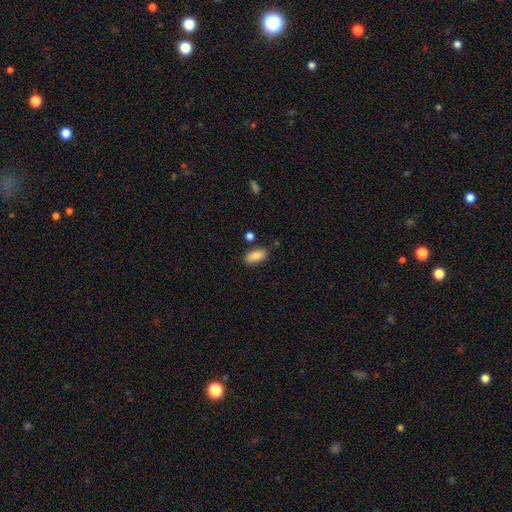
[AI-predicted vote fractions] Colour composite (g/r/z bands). It shows a smooth galaxy with no disk features (85%) that is in between round and cigar-shaped (90%). Merging: none (82%).